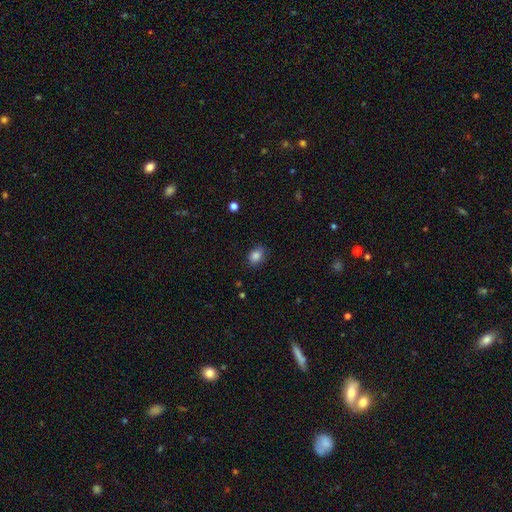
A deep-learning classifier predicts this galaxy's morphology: Smooth or featured? smooth (85%)
How rounded? in between (55%)
Merging? none (78%)